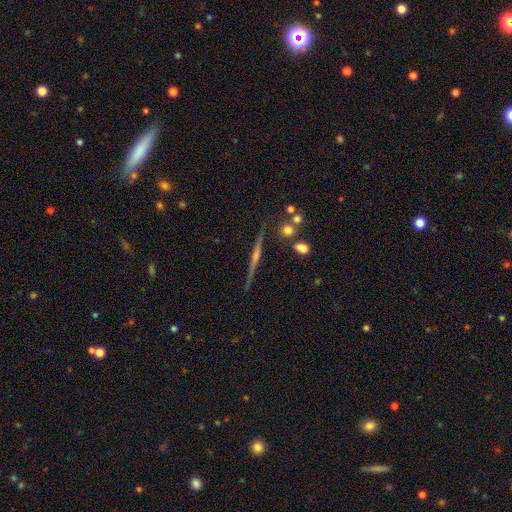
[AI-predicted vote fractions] featured or disk 75%, smooth 13%, star or artifact 12%. Down the decision tree: edge-on disk — yes (96%); edge-on bulge — rounded (77%); merging — none (83%).